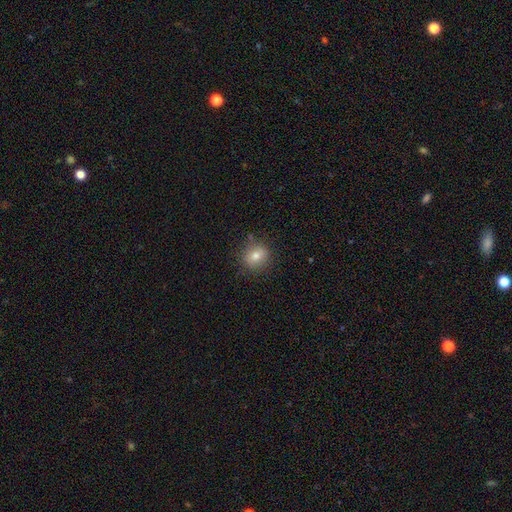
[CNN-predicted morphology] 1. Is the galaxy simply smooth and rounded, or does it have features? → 77% smooth, 12% star or artifact, 11% featured or disk.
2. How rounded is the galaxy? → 81% round, 18% in between, 1% cigar-shaped.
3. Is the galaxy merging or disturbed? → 84% none, 11% minor disturbance, 3% major disturbance, 2% merger.